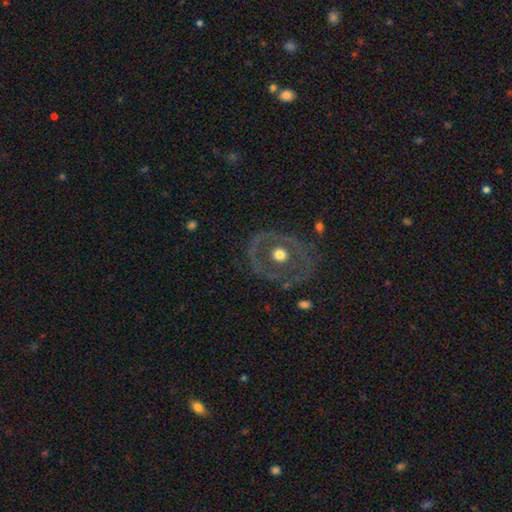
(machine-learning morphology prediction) Smooth or featured?
  - featured or disk: 67% *
  - smooth: 25%
  - star or artifact: 8%
Edge-on disk?
  - no: 95% *
  - yes: 5%
Bar?
  - no: 79% *
  - weak: 14%
  - strong: 7%
Spiral arms?
  - no: 74% *
  - yes: 26%
Bulge size?
  - moderate: 74% *
  - large: 12%
  - small: 11%
  - dominant: 2%
  - none: 1%
Merging?
  - none: 79% *
  - minor disturbance: 12%
  - major disturbance: 7%
  - merger: 2%